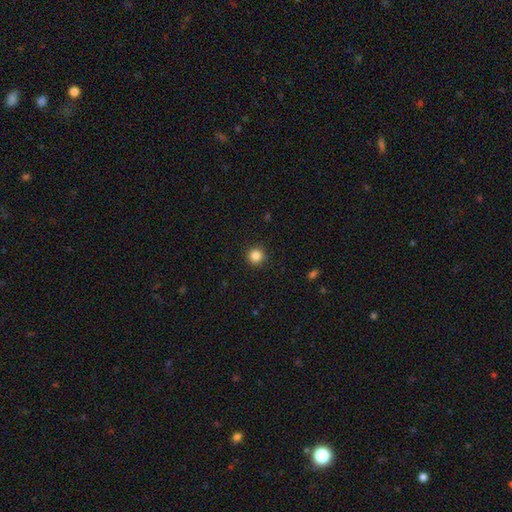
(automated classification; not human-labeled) This is clearly a smooth galaxy (86%). How rounded: clearly round (95%). Merging: clearly none (92%).